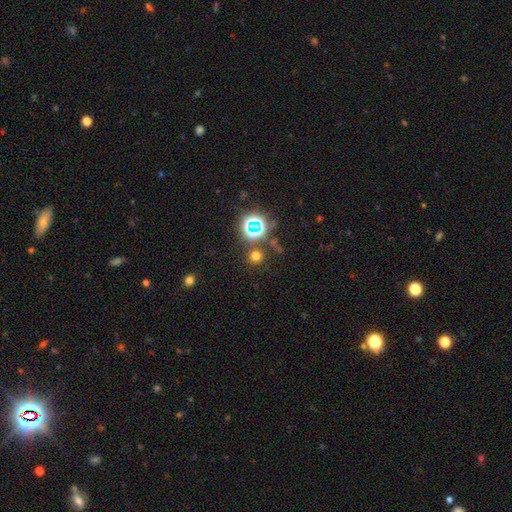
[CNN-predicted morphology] Smooth or featured?
  - smooth: 64% *
  - star or artifact: 30%
  - featured or disk: 7%
How rounded?
  - round: 91% *
  - in between: 7%
  - cigar-shaped: 1%
Merging?
  - none: 82% *
  - merger: 7%
  - minor disturbance: 7%
  - major disturbance: 4%